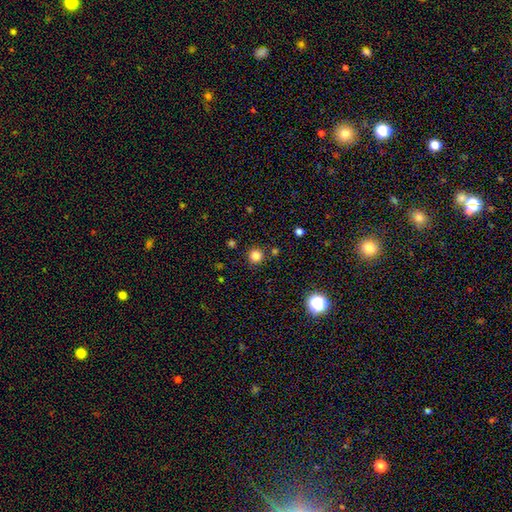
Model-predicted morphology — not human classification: A smooth galaxy with no disk features (82%) that is round (95%).

Vote fractions:
- Smooth or featured? smooth: 82% / star or artifact: 14% / featured or disk: 4%
- How rounded? round: 95% / in between: 4% / cigar-shaped: 1%
- Merging? none: 89% / minor disturbance: 6% / merger: 3% / major disturbance: 2%